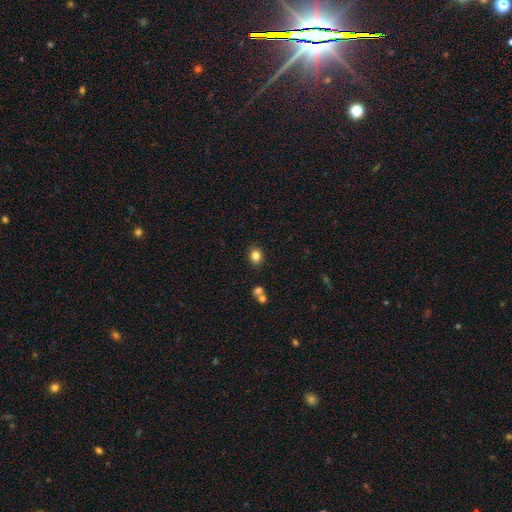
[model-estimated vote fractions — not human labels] Overall: smooth (83%). How rounded: round (54%; in between 45%). Merging: none (84%).